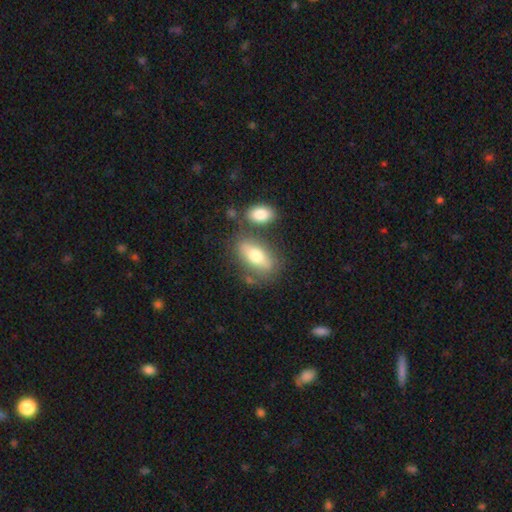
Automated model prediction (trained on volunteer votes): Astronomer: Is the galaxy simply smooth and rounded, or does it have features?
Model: smooth — 63%.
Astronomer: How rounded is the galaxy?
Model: in between — 80%.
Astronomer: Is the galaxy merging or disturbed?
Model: none — 65%.